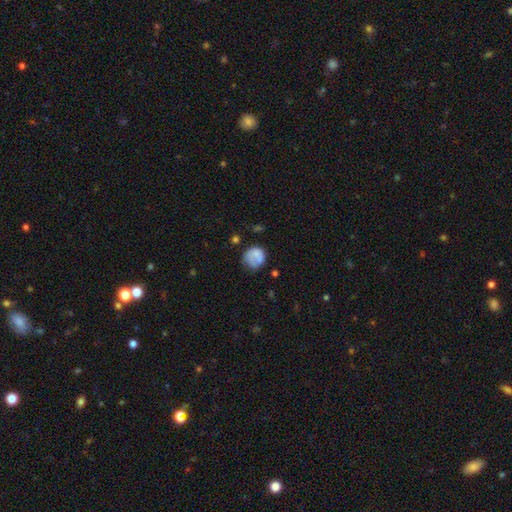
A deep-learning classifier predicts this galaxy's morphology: smooth_or_featured: smooth (p=0.70) [alt: featured or disk p=0.21]
how_rounded: round (p=0.79) [alt: in between p=0.21]
merging: none (p=0.50) [alt: minor disturbance p=0.28]